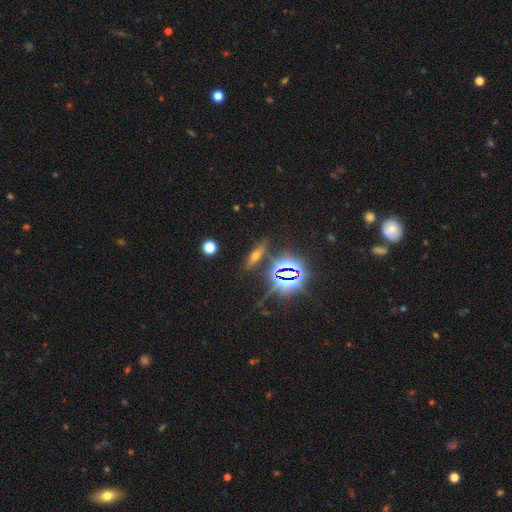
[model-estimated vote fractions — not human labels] Overall: smooth (42%; star or artifact 35%). Merging: none (81%).